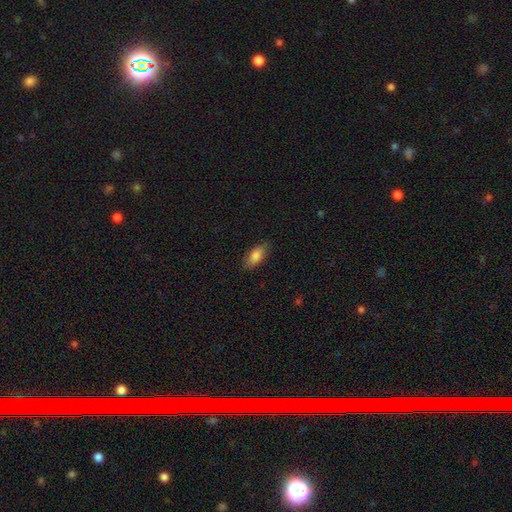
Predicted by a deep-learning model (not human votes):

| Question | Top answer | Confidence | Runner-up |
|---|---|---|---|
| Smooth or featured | smooth | 83% | featured or disk (10%) |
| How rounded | in between | 86% | cigar-shaped (11%) |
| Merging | none | 83% | minor disturbance (14%) |